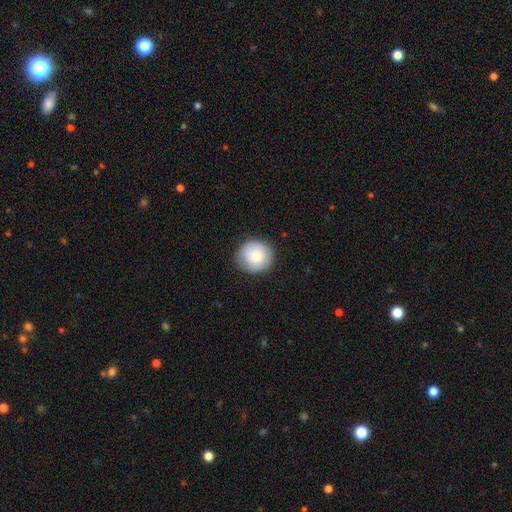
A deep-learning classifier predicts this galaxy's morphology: A smooth galaxy with no disk features (81%) that is round (90%).

Vote fractions:
- Smooth or featured? smooth: 81% / featured or disk: 11% / star or artifact: 7%
- How rounded? round: 90% / in between: 9% / cigar-shaped: 1%
- Merging? none: 85% / minor disturbance: 11% / major disturbance: 3% / merger: 1%